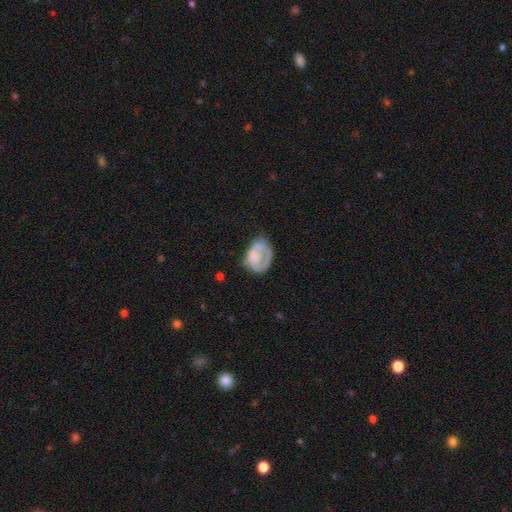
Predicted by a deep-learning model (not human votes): smooth-or-featured: smooth: 52% | featured or disk: 40% | star or artifact: 8%
  how-rounded: in between: 65% | round: 34% | cigar-shaped: 1%
  merging: none: 34% (tied) | major disturbance: 34% (tied) | minor disturbance: 28% | merger: 4%